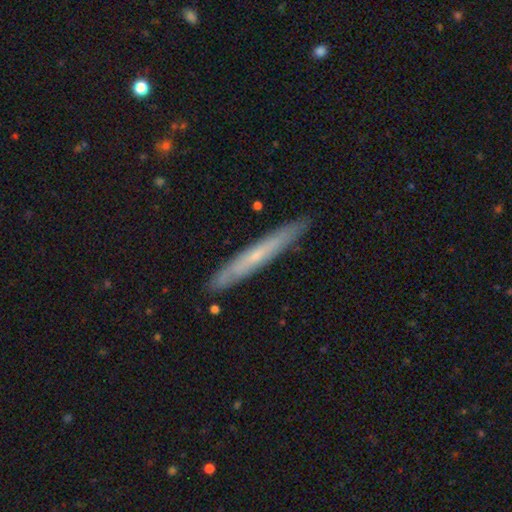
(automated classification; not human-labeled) Smooth or featured? featured or disk (52%)
Edge-on disk? yes (88%)
Merging? none (89%)